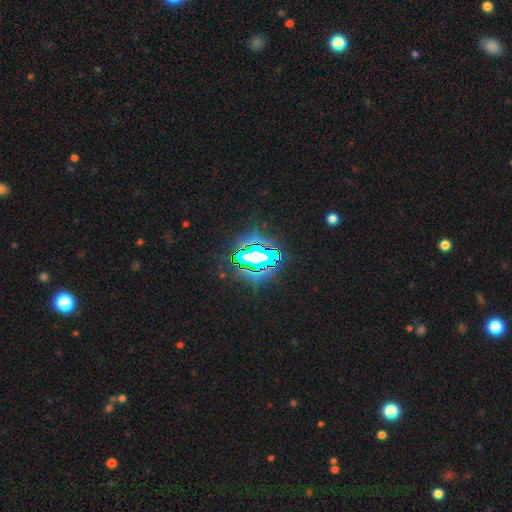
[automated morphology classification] star or artifact 72%, featured or disk 15%, smooth 13%.